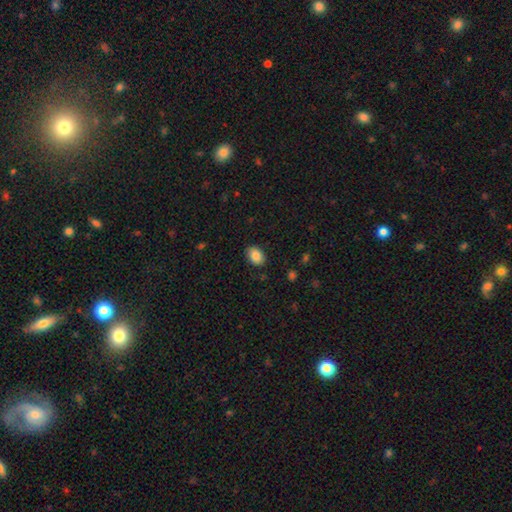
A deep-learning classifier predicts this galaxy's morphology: type=smooth (87%); roundness=in between (82%); merging=none (88%).